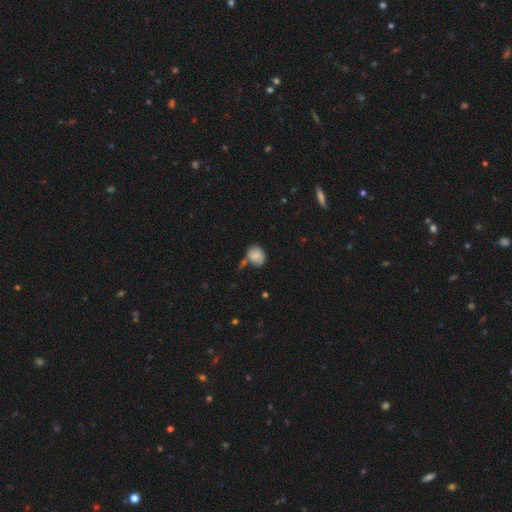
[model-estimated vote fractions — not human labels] Smooth or featured: smooth — 80% (featured or disk — 11%)
How rounded: round — 55% (in between — 44%)
Merging: none — 49% (minor disturbance — 25%)